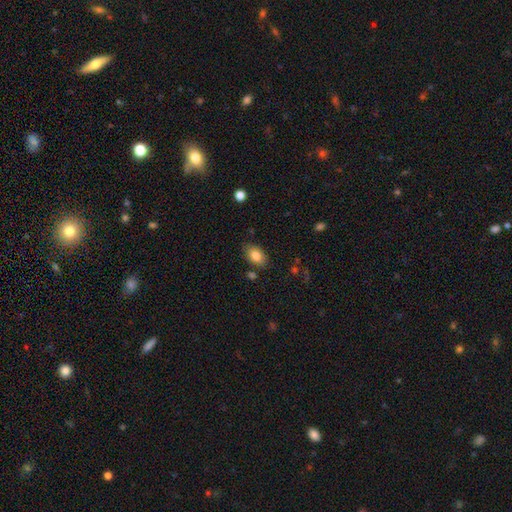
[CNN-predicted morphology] type=smooth (82%); roundness=in between (89%); merging=none (82%).